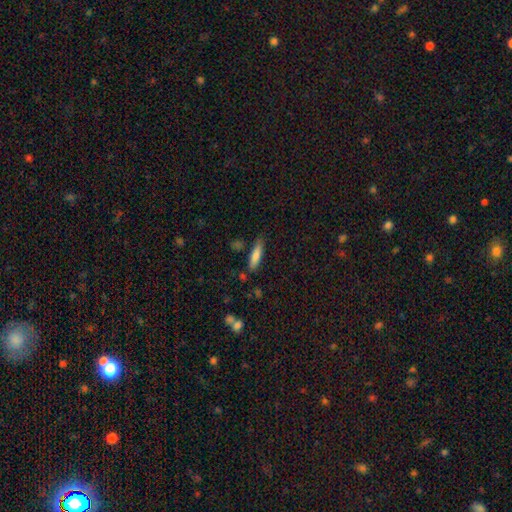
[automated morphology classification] smooth 79%, featured or disk 14%, star or artifact 7%. Down the decision tree: how rounded — cigar-shaped (73%); merging — none (78%).